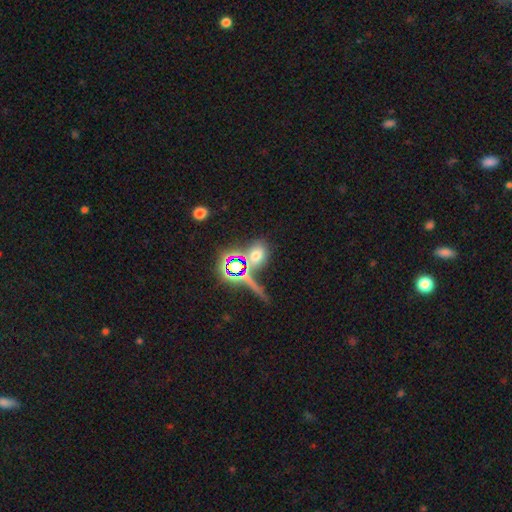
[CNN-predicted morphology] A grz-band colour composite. It shows a smooth galaxy with no disk features (53%) that is in between round and cigar-shaped (56%). Merging: none (63%).